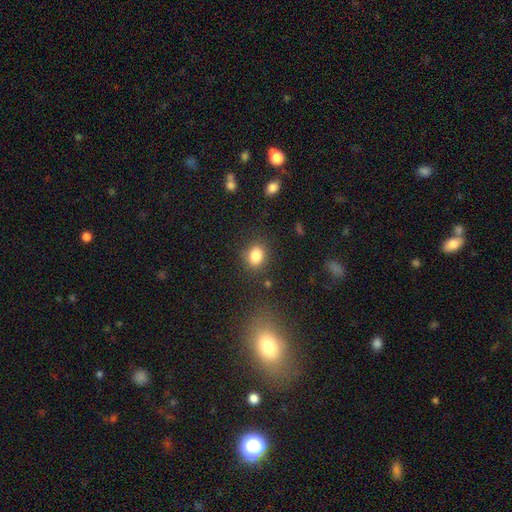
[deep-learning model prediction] The model was most divided on "how rounded": in between: 51%, round: 48%, cigar-shaped: 1%. More confident: smooth or featured — smooth (84%); merging — none (82%).